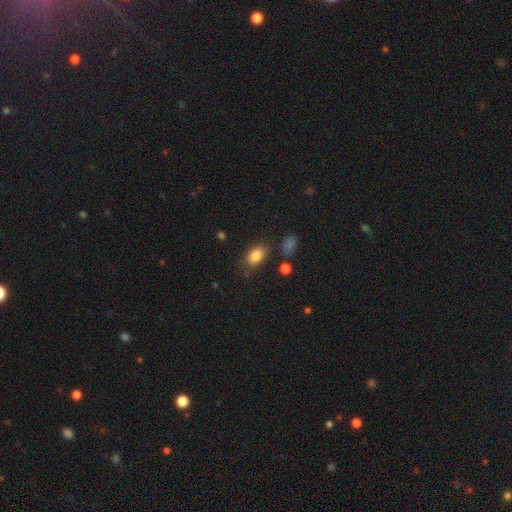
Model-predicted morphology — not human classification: Q: Smooth or featured?
A: smooth (84%); runner-up: star or artifact (9%)
Q: How rounded?
A: in between (87%); runner-up: round (11%)
Q: Merging?
A: none (76%); runner-up: minor disturbance (15%)